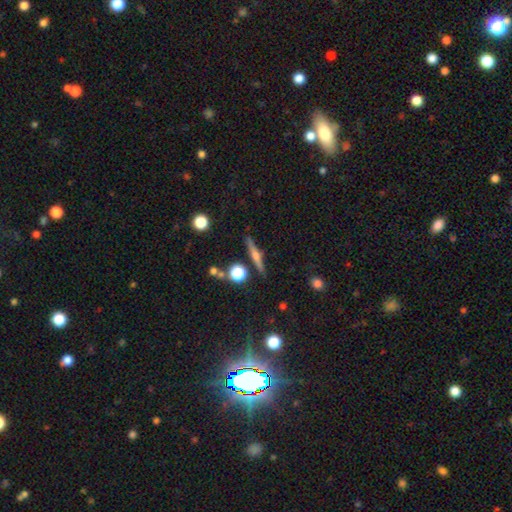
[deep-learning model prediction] Smooth or featured: featured or disk — 64% (smooth — 27%)
Edge-on disk: yes — 97% (no — 3%)
Edge-on bulge: rounded — 82% (none — 10%)
Merging: none — 87% (minor disturbance — 8%)